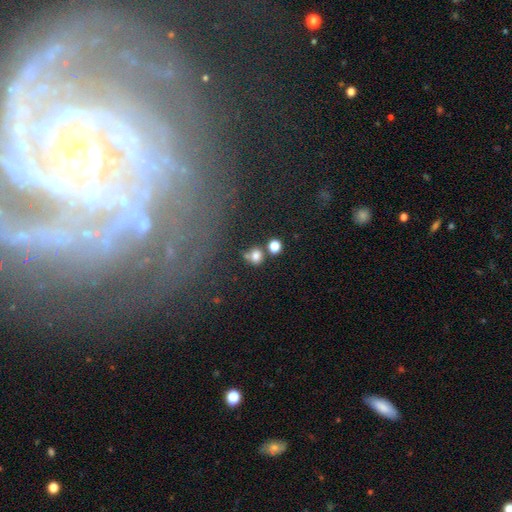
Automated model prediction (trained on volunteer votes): This appears to be a smooth galaxy with no disk features (77%) that is round (73%). Merging: none (57%).